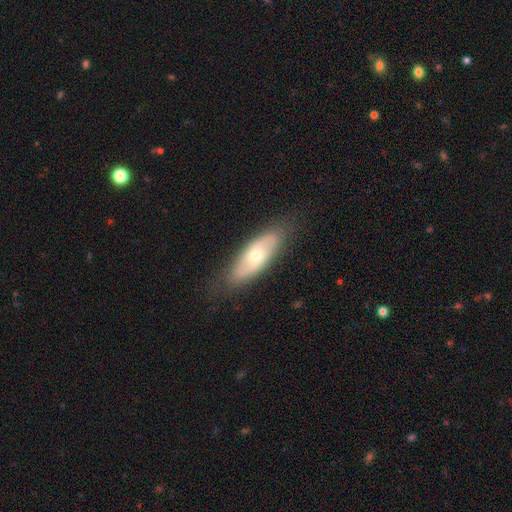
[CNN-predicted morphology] Overall: featured or disk (47%; smooth 46%). Merging: none (82%).